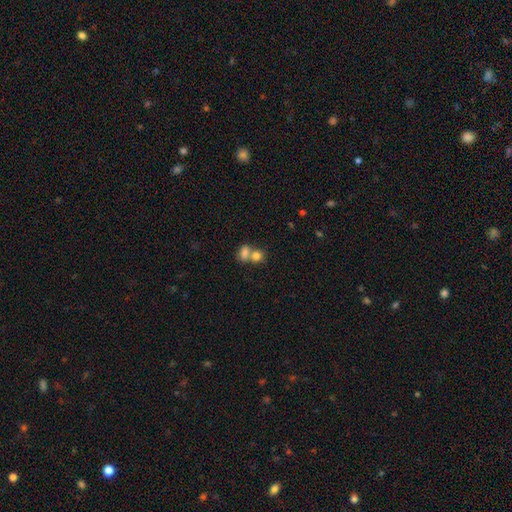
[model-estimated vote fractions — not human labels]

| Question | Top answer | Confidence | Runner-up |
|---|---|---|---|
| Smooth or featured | smooth | 79% | featured or disk (11%) |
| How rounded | round | 52% | in between (46%) |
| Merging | merger | 62% | none (28%) |